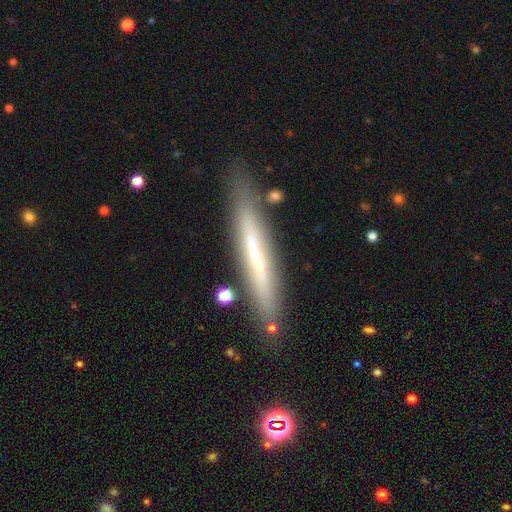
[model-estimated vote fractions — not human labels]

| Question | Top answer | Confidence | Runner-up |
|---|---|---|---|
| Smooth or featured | featured or disk | 47% | smooth (45%) |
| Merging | none | 84% | minor disturbance (11%) |